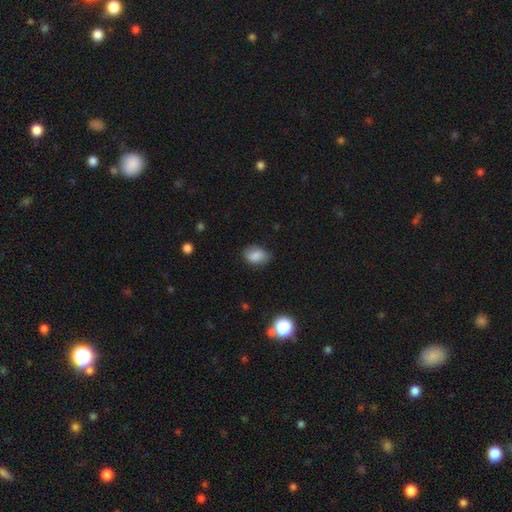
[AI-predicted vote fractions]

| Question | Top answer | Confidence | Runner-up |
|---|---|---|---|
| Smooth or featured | smooth | 84% | star or artifact (9%) |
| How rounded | in between | 80% | round (19%) |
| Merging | none | 69% | minor disturbance (25%) |